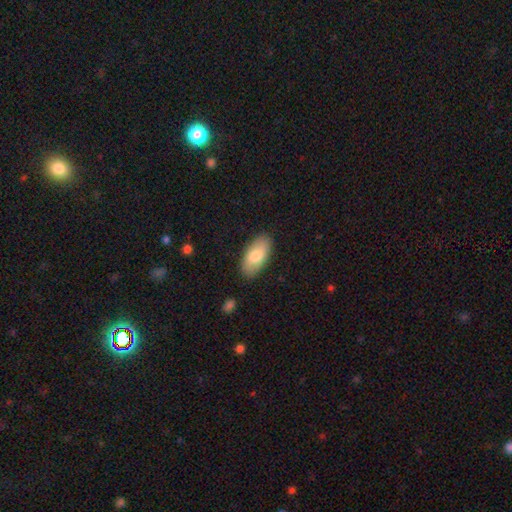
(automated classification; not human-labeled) This appears to be a smooth galaxy with no disk features (78%) that is in between round and cigar-shaped (93%). Merging: none (86%).